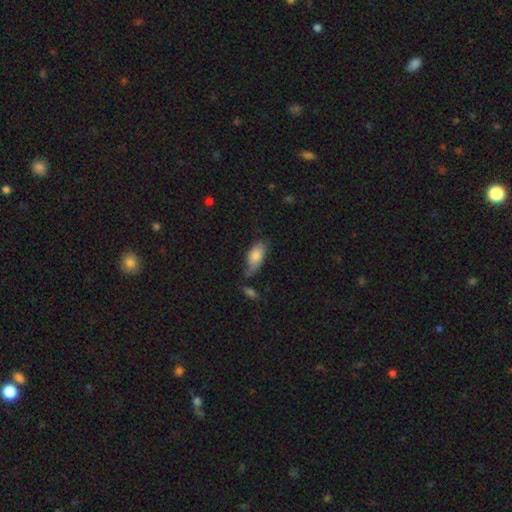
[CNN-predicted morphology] smooth 79%, featured or disk 15%, star or artifact 7%. Down the decision tree: how rounded — in between (90%); merging — none (48%).